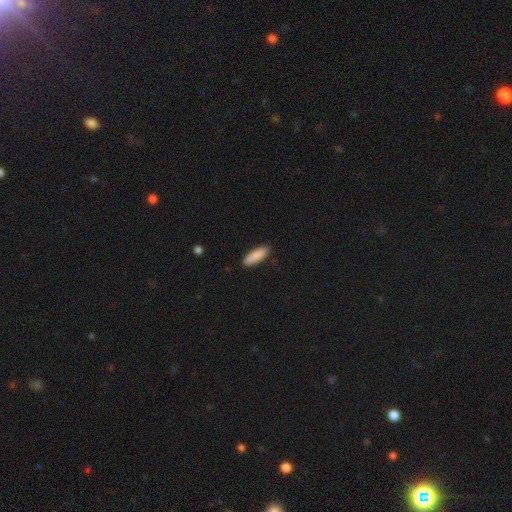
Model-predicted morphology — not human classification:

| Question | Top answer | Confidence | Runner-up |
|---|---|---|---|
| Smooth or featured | smooth | 88% | featured or disk (6%) |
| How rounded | cigar-shaped | 56% | in between (43%) |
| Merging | none | 88% | minor disturbance (9%) |